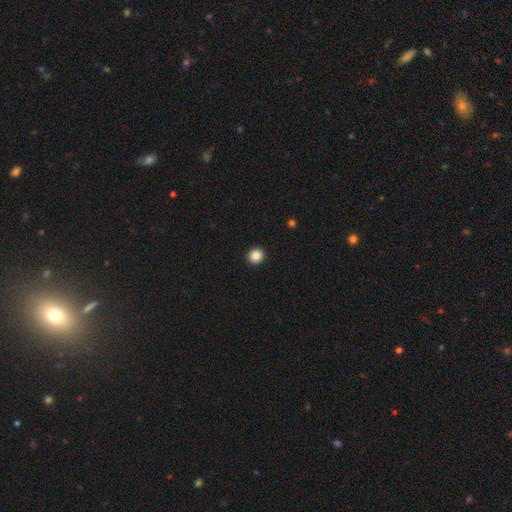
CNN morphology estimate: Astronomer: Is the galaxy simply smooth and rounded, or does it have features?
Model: smooth — 87%.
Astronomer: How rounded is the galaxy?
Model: round — 85%.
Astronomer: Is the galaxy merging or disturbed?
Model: none — 93%.